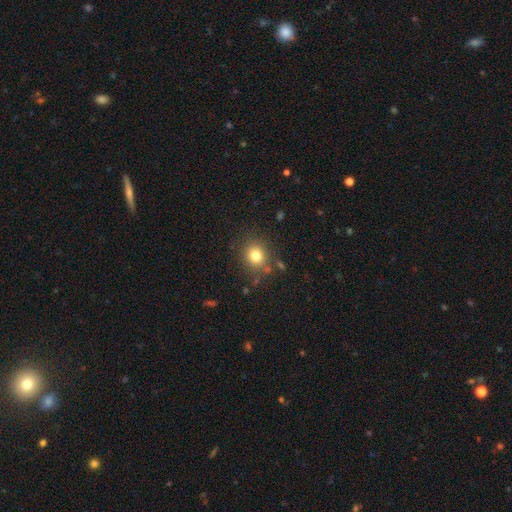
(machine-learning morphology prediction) This appears to be a smooth galaxy with no disk features (78%) that is round (83%). Merging: none (82%).